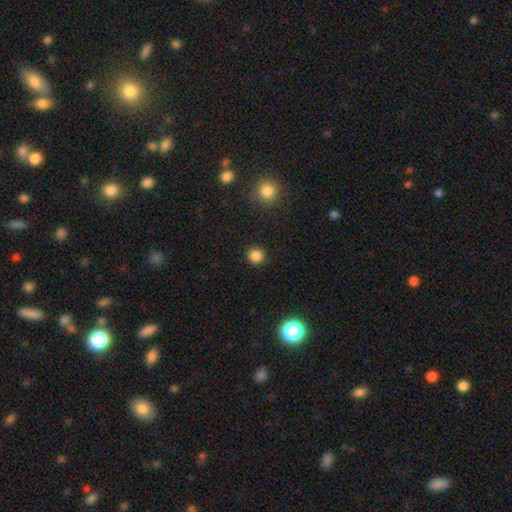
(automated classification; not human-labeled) smooth 85%, star or artifact 12%, featured or disk 3%. Down the decision tree: how rounded — round (93%); merging — none (92%).